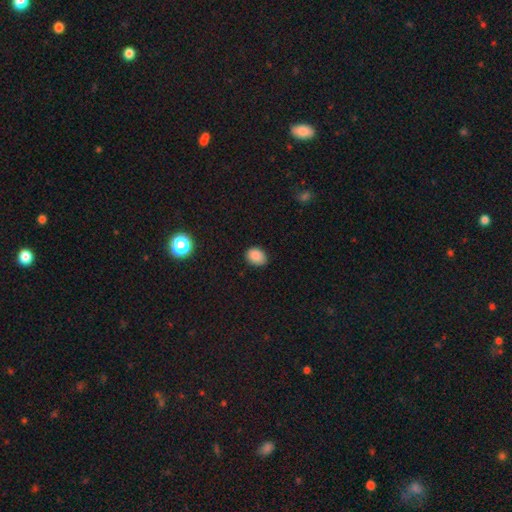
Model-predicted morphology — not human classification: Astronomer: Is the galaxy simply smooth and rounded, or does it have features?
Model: smooth — 86%.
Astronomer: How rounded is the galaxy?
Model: in between — 60% (runner-up: round, 39%).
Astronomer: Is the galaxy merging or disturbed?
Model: none — 82%.